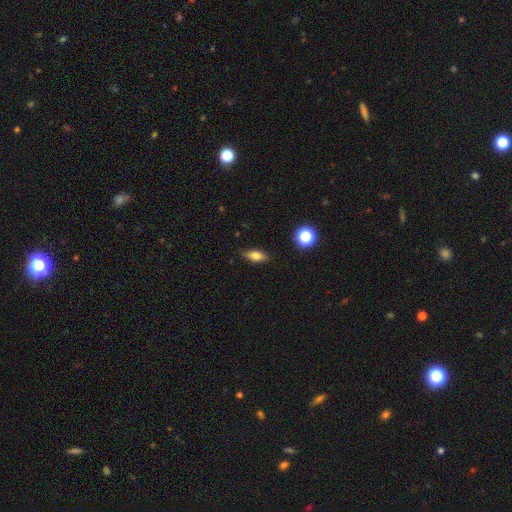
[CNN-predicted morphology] Smooth or featured? Predicted: smooth (p=0.64). How rounded? Predicted: in between (p=0.68). Merging? Predicted: none (p=0.86).